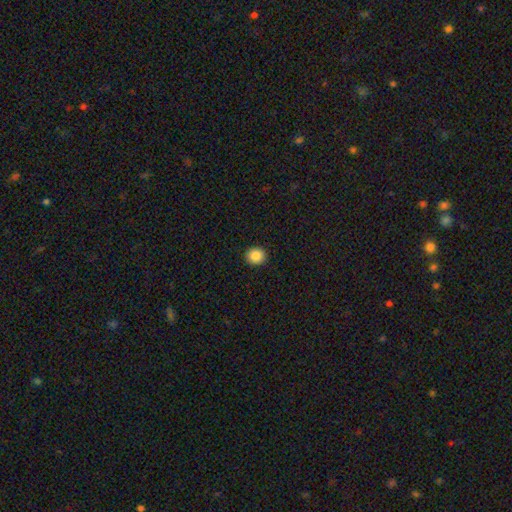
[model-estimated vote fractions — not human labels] smooth 88%, star or artifact 9%, featured or disk 3%. Down the decision tree: how rounded — round (85%); merging — none (92%).